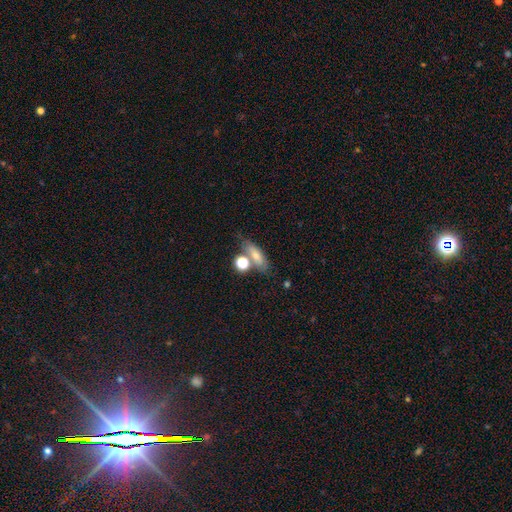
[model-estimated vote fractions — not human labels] smooth-or-featured: smooth: 68% | featured or disk: 20% | star or artifact: 12%
  how-rounded: in between: 57% | cigar-shaped: 30% | round: 13%
  merging: none: 57% | merger: 21% | minor disturbance: 15% | major disturbance: 7%